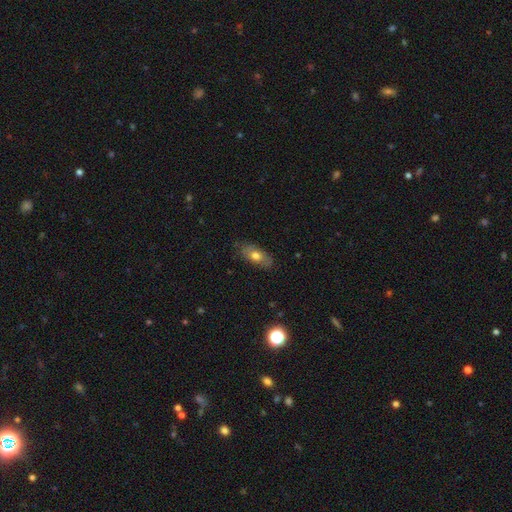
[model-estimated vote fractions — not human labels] The model was most divided on "smooth or featured": smooth: 62%, featured or disk: 31%, star or artifact: 8%. More confident: how rounded — in between (85%); merging — none (78%).